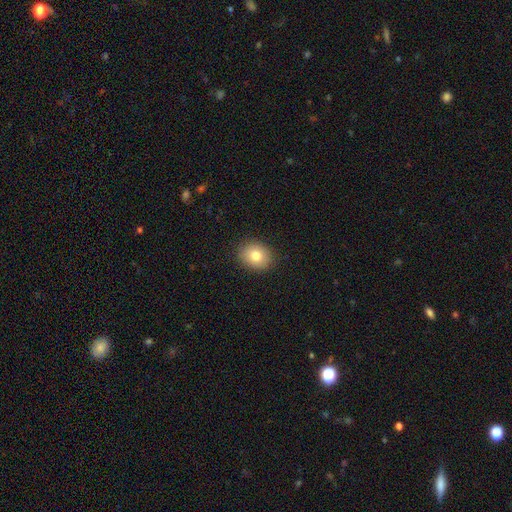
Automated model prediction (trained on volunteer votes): Overall: smooth (80%). How rounded: round (57%; in between 43%). Merging: none (89%).